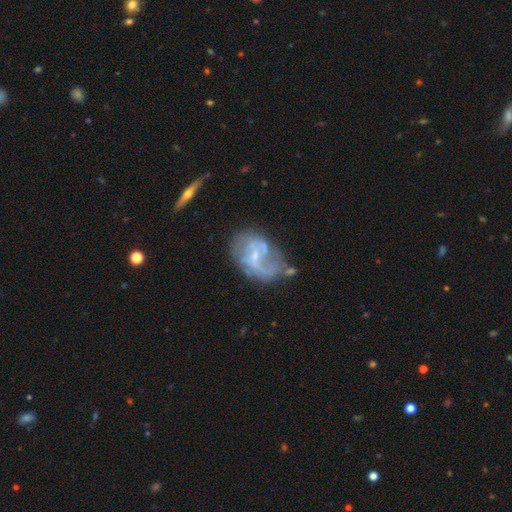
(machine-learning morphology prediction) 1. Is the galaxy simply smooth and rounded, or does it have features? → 74% featured or disk, 19% smooth, 8% star or artifact.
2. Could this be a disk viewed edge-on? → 97% no, 3% yes.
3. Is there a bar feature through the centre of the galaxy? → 49% weak, 41% no, 11% strong.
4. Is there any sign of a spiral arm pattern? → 75% yes, 25% no.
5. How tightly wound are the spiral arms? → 43% loose, 38% medium, 19% tight.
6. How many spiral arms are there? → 52% 2, 24% can't tell, 15% 1, 5% 3, 2% 4, 2% more than 4.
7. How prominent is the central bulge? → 65% small, 21% moderate, 12% none, 1% large, 1% dominant.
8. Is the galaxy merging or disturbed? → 42% none, 26% minor disturbance, 22% major disturbance, 9% merger.